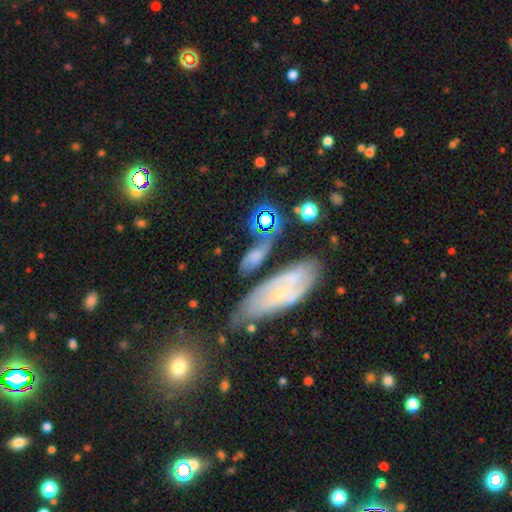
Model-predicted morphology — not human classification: This is possibly a featured or disk galaxy (46%). Merging: possibly none (52%).